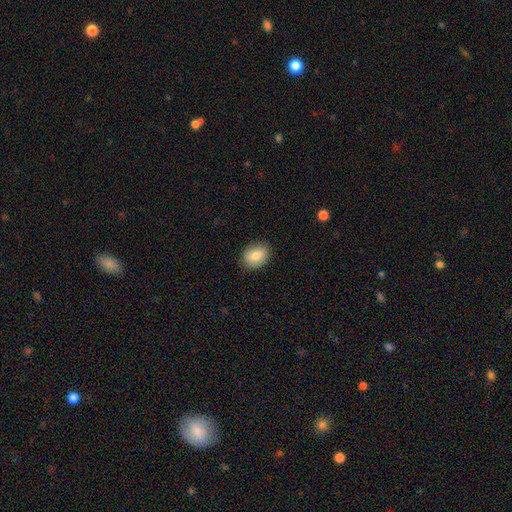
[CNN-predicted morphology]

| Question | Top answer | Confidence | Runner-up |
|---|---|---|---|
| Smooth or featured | smooth | 79% | featured or disk (13%) |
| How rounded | in between | 61% | round (38%) |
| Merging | none | 86% | minor disturbance (11%) |